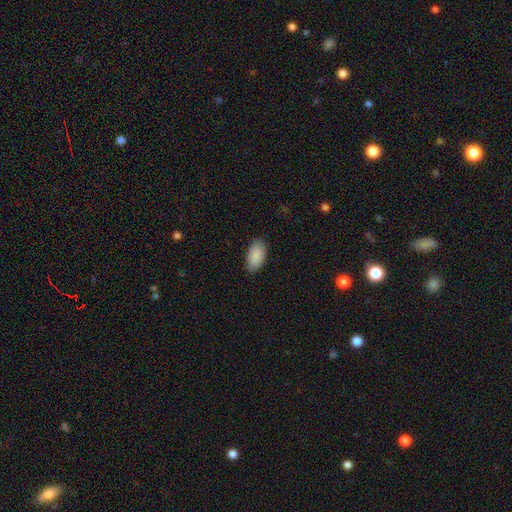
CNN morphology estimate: A smooth galaxy with no disk features (90%) that is in between round and cigar-shaped (95%).

Vote fractions:
- Smooth or featured? smooth: 90% / star or artifact: 6% / featured or disk: 4%
- How rounded? in between: 95% / round: 3% / cigar-shaped: 2%
- Merging? none: 85% / minor disturbance: 12% / major disturbance: 2% / merger: 1%